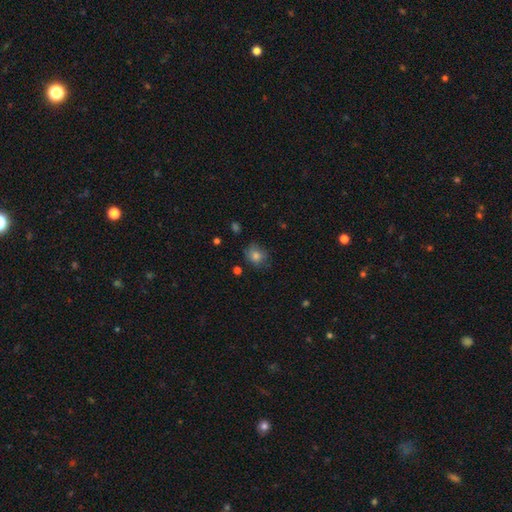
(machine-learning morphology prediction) type=smooth (77%); roundness=round (72%); merging=none (71%).